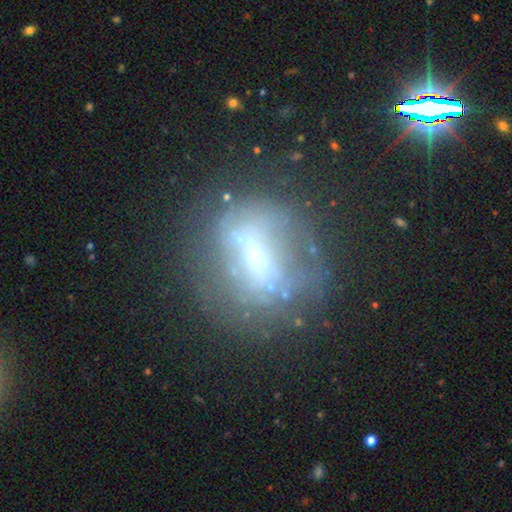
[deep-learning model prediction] Smooth or featured?
  - featured or disk: 53% *
  - smooth: 31%
  - star or artifact: 17%
Edge-on disk?
  - no: 88% *
  - yes: 12%
Merging?
  - none: 58% *
  - minor disturbance: 19%
  - major disturbance: 17%
  - merger: 5%